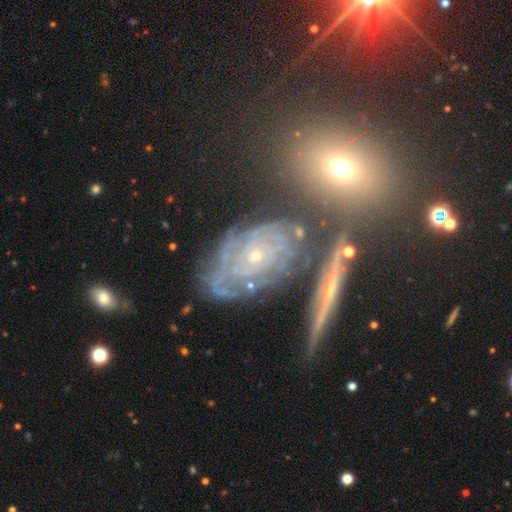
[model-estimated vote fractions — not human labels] featured or disk 76%, smooth 12%, star or artifact 12%. Down the decision tree: edge-on disk — no (91%); bar — no (78%); spiral arms — yes (84%); spiral arm count — can't tell (54%); spiral winding — tight (75%); bulge size — small (78%); merging — none (63%).